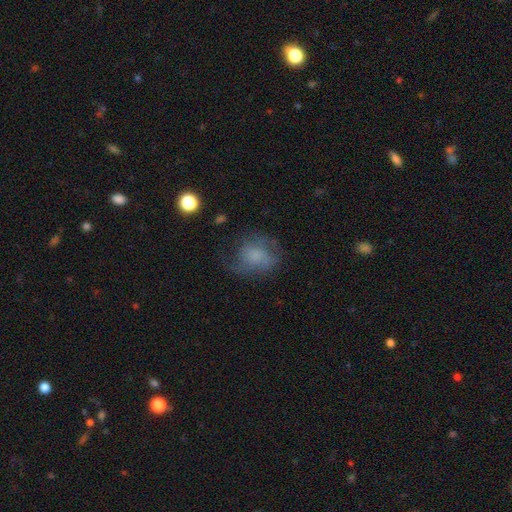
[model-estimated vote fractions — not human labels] Morphology: type=smooth (50%); merging=none (51%).